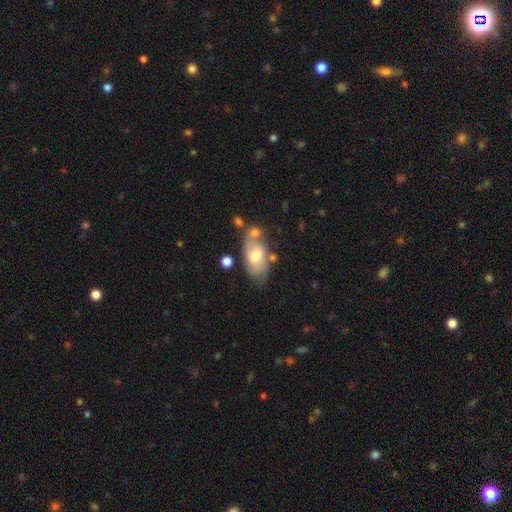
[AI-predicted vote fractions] Overall: smooth (51%; featured or disk 42%). How rounded: in between (90%). Merging: none (49%; minor disturbance 22%).